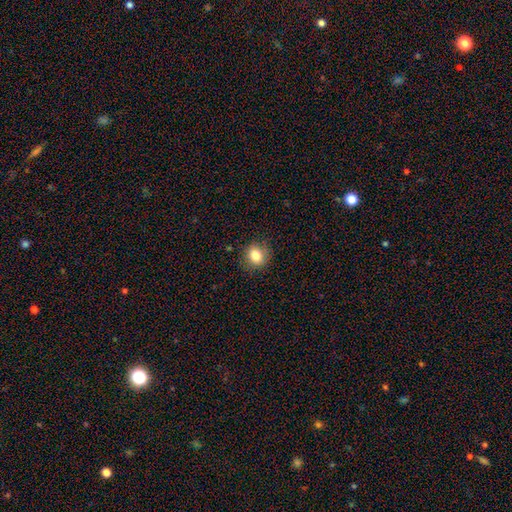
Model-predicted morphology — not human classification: Q: Smooth or featured?
A: smooth (82%); runner-up: star or artifact (10%)
Q: How rounded?
A: round (74%); runner-up: in between (25%)
Q: Merging?
A: none (86%); runner-up: minor disturbance (11%)